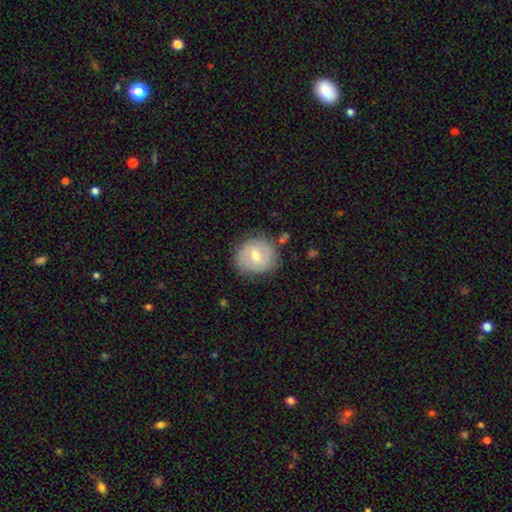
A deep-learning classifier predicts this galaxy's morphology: The model was most divided on "smooth or featured": smooth: 51%, featured or disk: 42%, star or artifact: 7%. More confident: how rounded — round (84%); merging — none (79%).